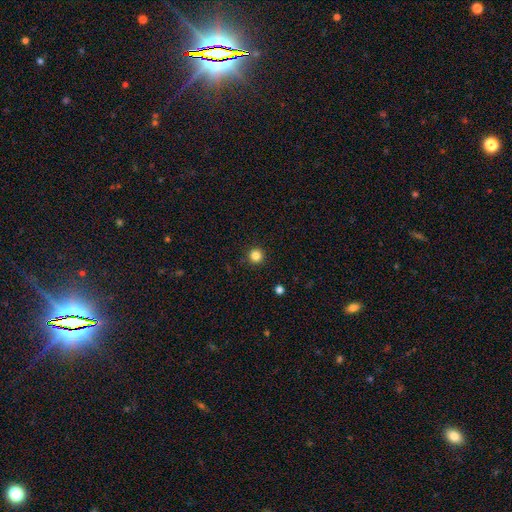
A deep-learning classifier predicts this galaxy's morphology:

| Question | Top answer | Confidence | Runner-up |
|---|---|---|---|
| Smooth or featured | smooth | 84% | star or artifact (12%) |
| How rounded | round | 96% | in between (3%) |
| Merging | none | 93% | minor disturbance (5%) |